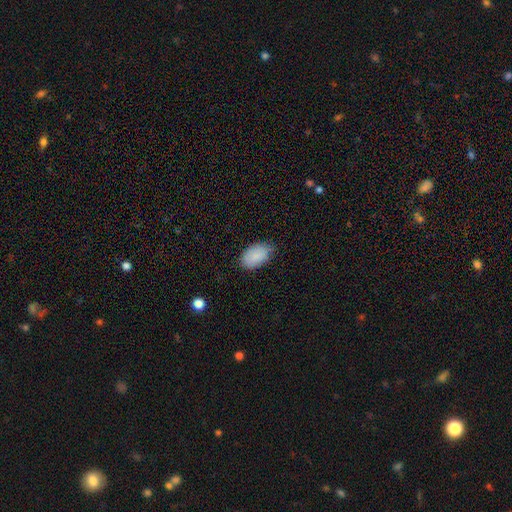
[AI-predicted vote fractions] A smooth galaxy with no disk features (88%) that is in between round and cigar-shaped (92%).

Vote fractions:
- Smooth or featured? smooth: 88% / star or artifact: 7% / featured or disk: 5%
- How rounded? in between: 92% / round: 7% / cigar-shaped: 1%
- Merging? none: 68% / minor disturbance: 26% / major disturbance: 4% / merger: 1%